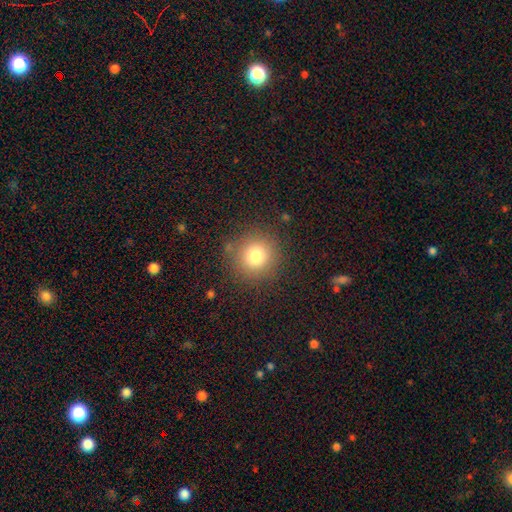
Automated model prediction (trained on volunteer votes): This appears to be a smooth galaxy with no disk features (78%) that is round (94%). Merging: none (85%).